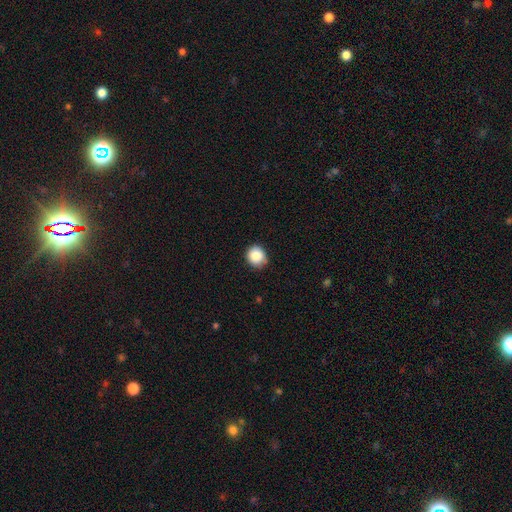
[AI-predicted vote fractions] smooth 86%, star or artifact 9%, featured or disk 5%. Down the decision tree: how rounded — round (88%); merging — none (84%).